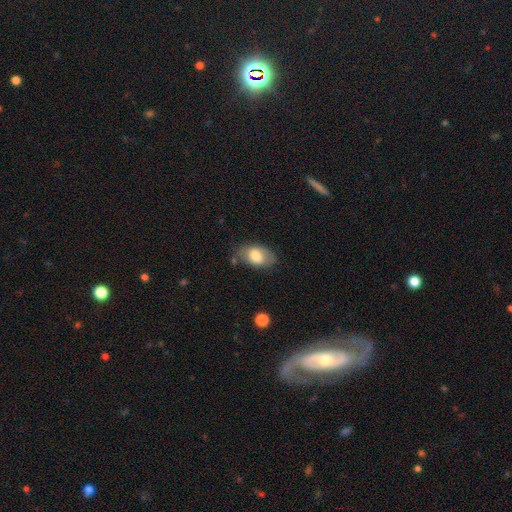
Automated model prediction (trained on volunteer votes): smooth 74%, featured or disk 19%, star or artifact 7%. Down the decision tree: how rounded — in between (90%); merging — none (67%).